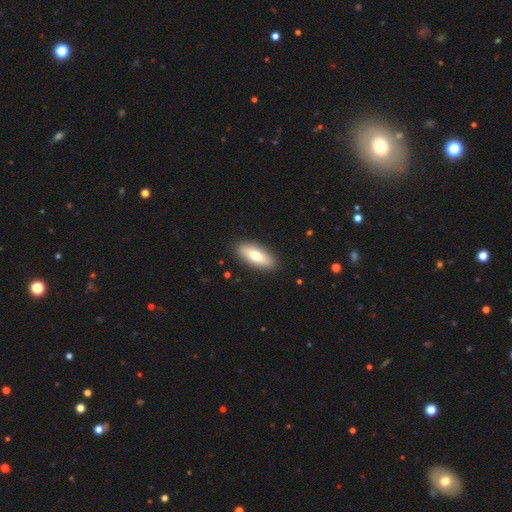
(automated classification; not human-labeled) A smooth galaxy with no disk features (71%) that is in between round and cigar-shaped (78%).

Vote fractions:
- Smooth or featured? smooth: 71% / featured or disk: 23% / star or artifact: 6%
- How rounded? in between: 78% / cigar-shaped: 19% / round: 3%
- Merging? none: 89% / minor disturbance: 8% / major disturbance: 2% / merger: 1%